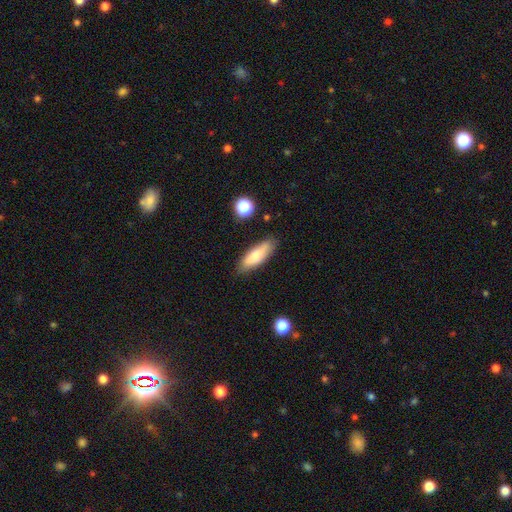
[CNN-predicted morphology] A smooth galaxy with no disk features (79%) that is in between round and cigar-shaped (53%).

Vote fractions:
- Smooth or featured? smooth: 79% / featured or disk: 14% / star or artifact: 7%
- How rounded? in between: 53% / cigar-shaped: 45% / round: 2%
- Merging? none: 81% / minor disturbance: 14% / major disturbance: 3% / merger: 2%